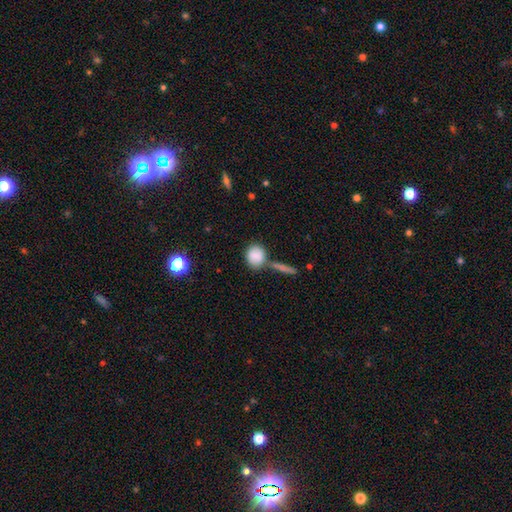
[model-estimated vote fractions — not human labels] A smooth galaxy with no disk features (85%) that is round (71%). Merging: none (59%).